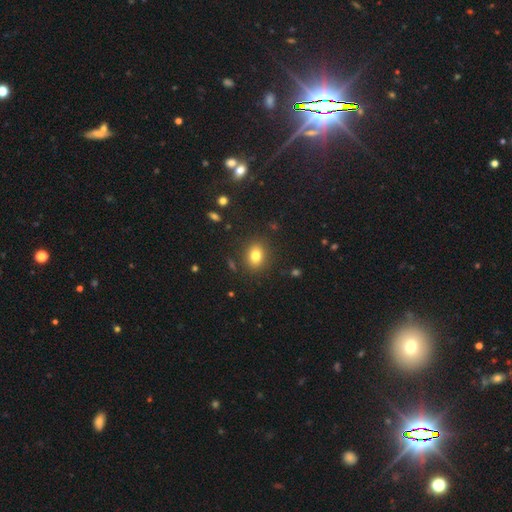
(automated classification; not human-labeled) Smooth or featured? Predicted: smooth (p=0.80). How rounded? Predicted: in between (p=0.50). Merging? Predicted: none (p=0.87).